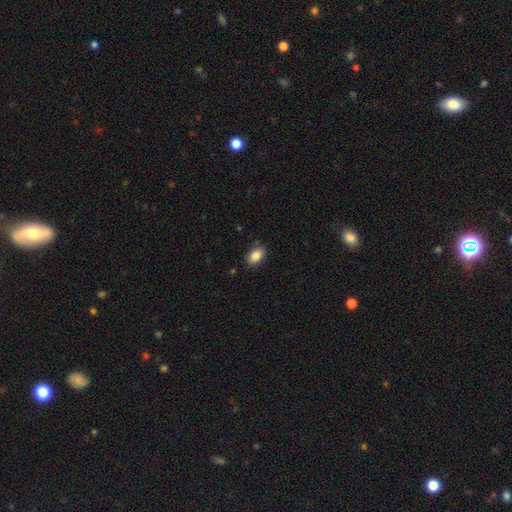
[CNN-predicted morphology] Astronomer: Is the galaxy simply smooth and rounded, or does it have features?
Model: smooth — 86%.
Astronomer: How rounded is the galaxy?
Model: in between — 87%.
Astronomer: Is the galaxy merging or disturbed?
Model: none — 85%.